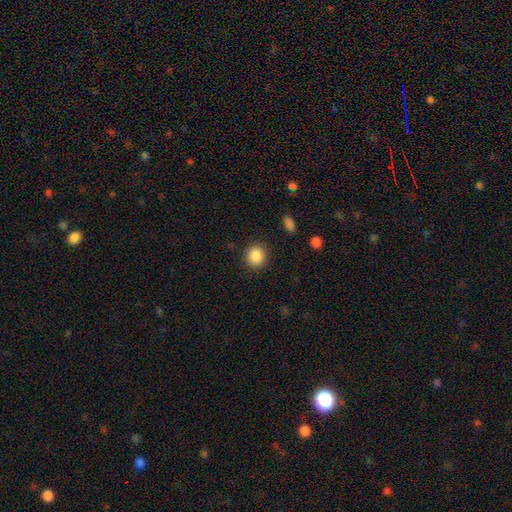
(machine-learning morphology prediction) smooth 88%, star or artifact 9%, featured or disk 4%. Down the decision tree: how rounded — round (83%); merging — none (89%).